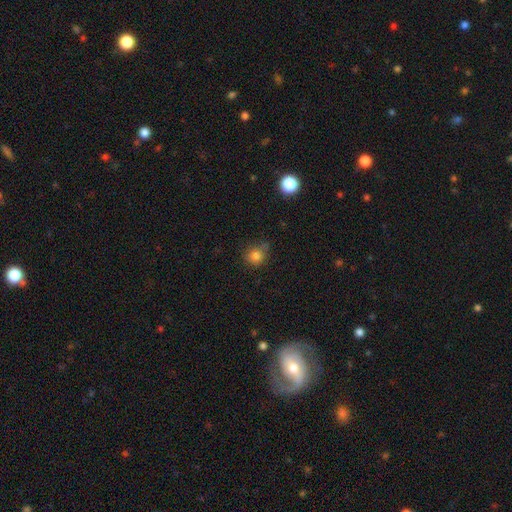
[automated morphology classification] This is clearly a smooth galaxy (82%). How rounded: clearly round (85%). Merging: likely none (67%).